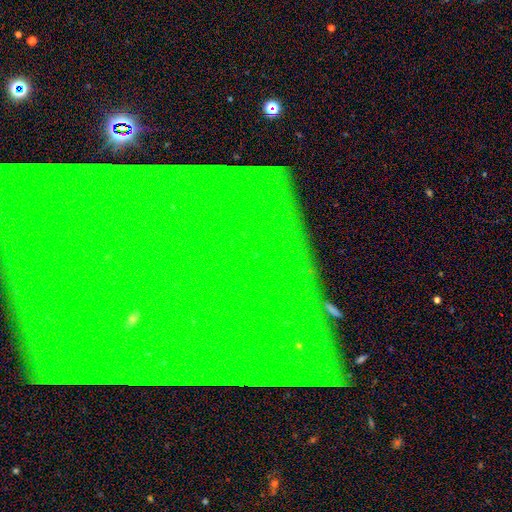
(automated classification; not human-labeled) This is clearly a star or artifact rather than a galaxy (83%).